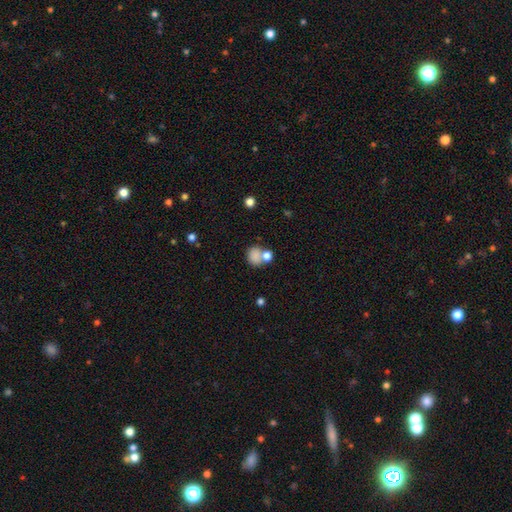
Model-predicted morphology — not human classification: This is likely a smooth galaxy (79%). How rounded: likely round (65%). Merging: marginally none (44%).